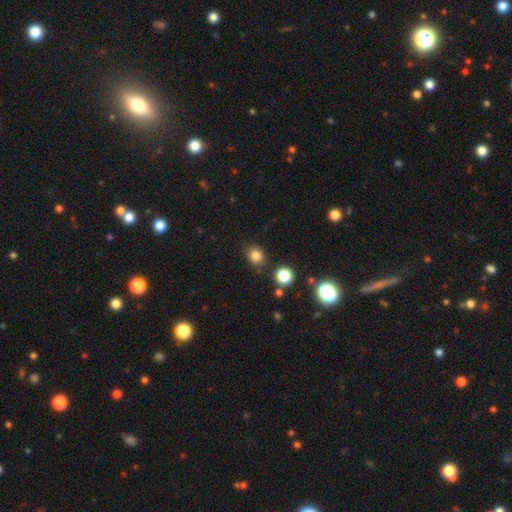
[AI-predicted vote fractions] Morphology: type=smooth (81%); roundness=round (61%); merging=none (84%).